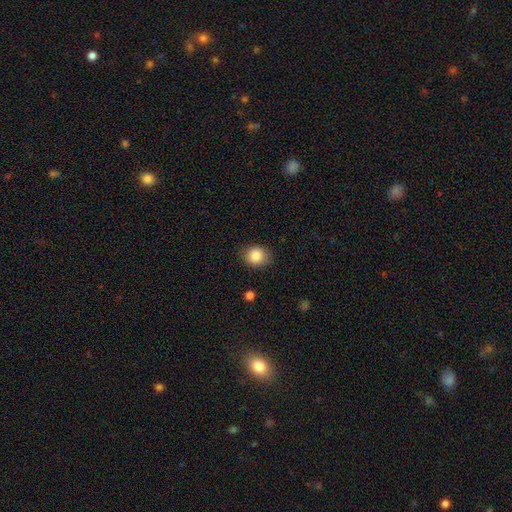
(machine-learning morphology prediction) A smooth galaxy with no disk features (85%) that is round (71%).

Vote fractions:
- Smooth or featured? smooth: 85% / star or artifact: 9% / featured or disk: 6%
- How rounded? round: 71% / in between: 28% / cigar-shaped: 1%
- Merging? none: 86% / minor disturbance: 10% / major disturbance: 3% / merger: 1%